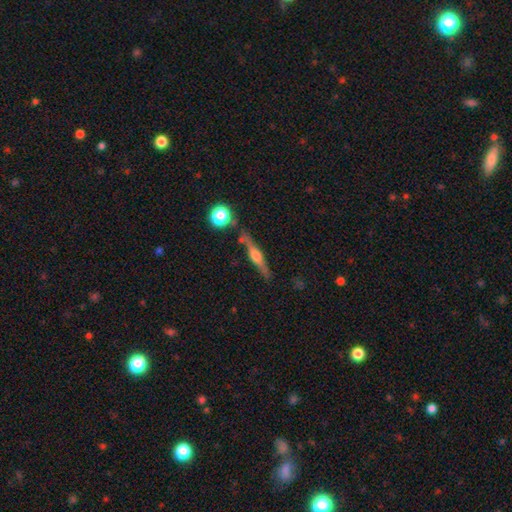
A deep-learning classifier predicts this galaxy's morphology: featured or disk 70%, smooth 23%, star or artifact 7%. Down the decision tree: edge-on disk — yes (97%); edge-on bulge — rounded (89%); merging — none (80%).